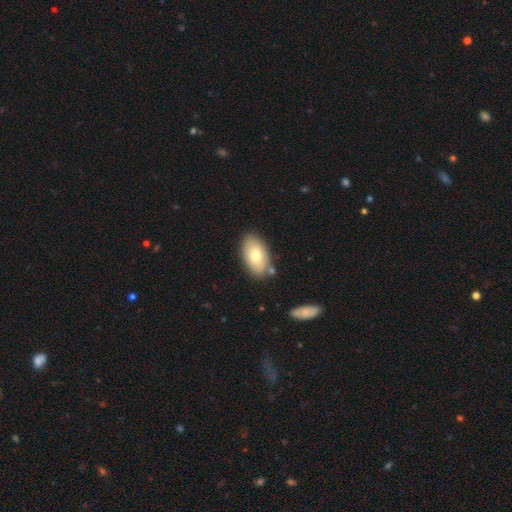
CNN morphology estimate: smooth-or-featured: smooth: 75% | featured or disk: 18% | star or artifact: 6%
  how-rounded: in between: 94% | round: 4% | cigar-shaped: 2%
  merging: none: 78% | minor disturbance: 14% | merger: 6% | major disturbance: 3%